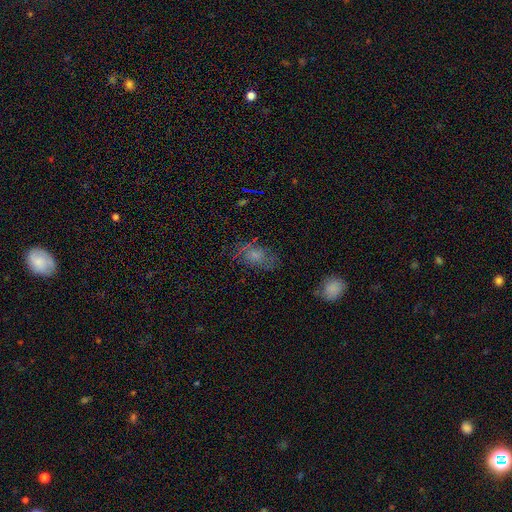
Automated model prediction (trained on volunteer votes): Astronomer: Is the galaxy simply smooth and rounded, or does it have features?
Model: smooth — 61%.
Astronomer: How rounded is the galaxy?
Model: in between — 86%.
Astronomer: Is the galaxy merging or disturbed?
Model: none — 68%.